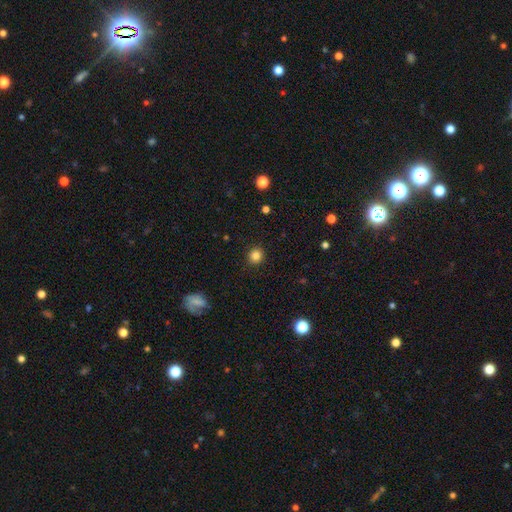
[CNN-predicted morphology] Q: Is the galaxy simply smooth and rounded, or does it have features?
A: smooth — 84%.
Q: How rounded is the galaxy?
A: round — 92%.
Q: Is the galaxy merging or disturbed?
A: none — 92%.